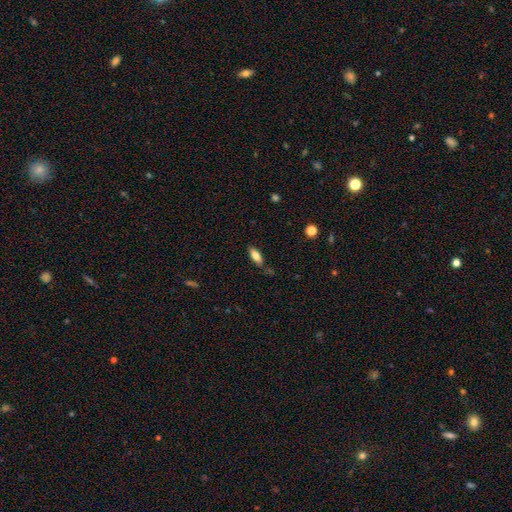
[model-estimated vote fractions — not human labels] Smooth or featured? smooth (80%)
How rounded? in between (76%)
Merging? none (78%)